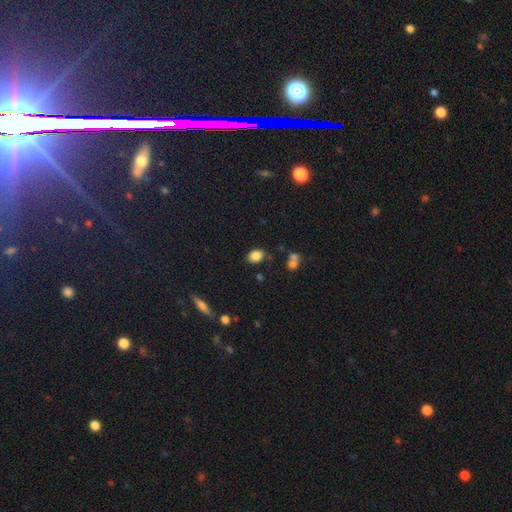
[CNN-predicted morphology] Smooth or featured?
  - smooth: 85% *
  - star or artifact: 10%
  - featured or disk: 5%
How rounded?
  - in between: 66% *
  - round: 32%
  - cigar-shaped: 1%
Merging?
  - none: 79% *
  - minor disturbance: 13%
  - merger: 5%
  - major disturbance: 3%